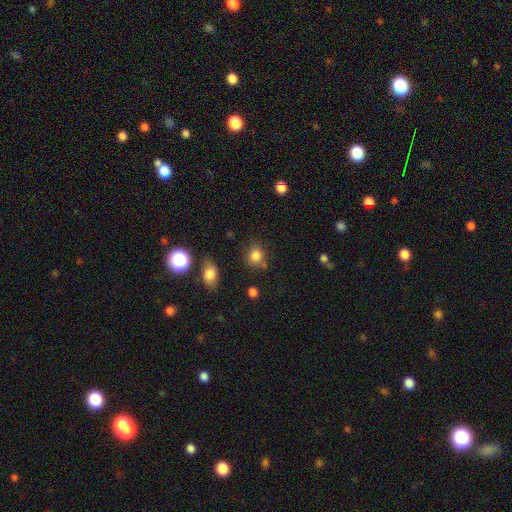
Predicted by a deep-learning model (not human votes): Smooth or featured? Predicted: smooth (p=0.83). How rounded? Predicted: round (p=0.75). Merging? Predicted: none (p=0.74).